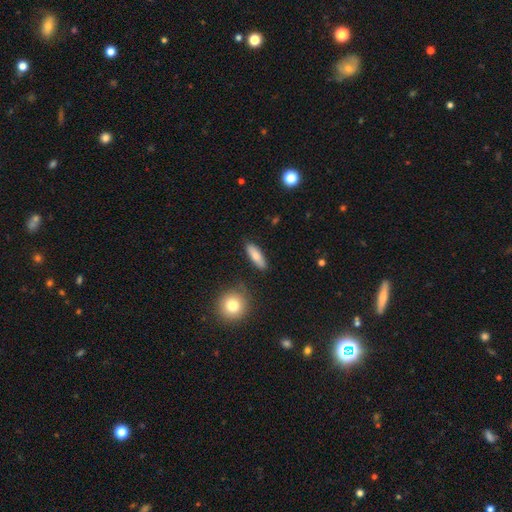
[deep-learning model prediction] smooth_or_featured: smooth (p=0.77) [alt: featured or disk p=0.16]
how_rounded: in between (p=0.51) [alt: cigar-shaped p=0.46]
merging: none (p=0.85) [alt: minor disturbance p=0.10]